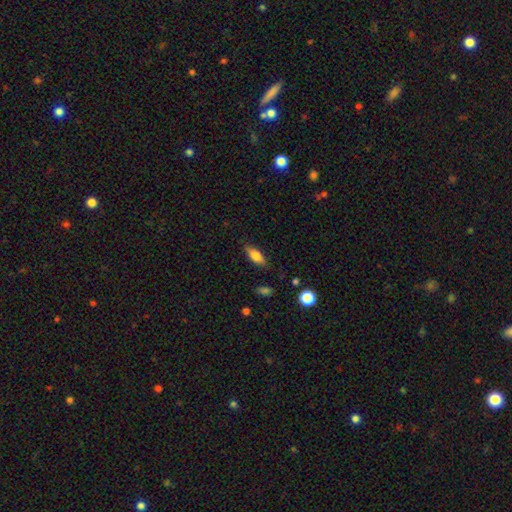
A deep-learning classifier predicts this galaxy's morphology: A smooth galaxy with no disk features (76%) that is in between round and cigar-shaped (76%).

Vote fractions:
- Smooth or featured? smooth: 76% / featured or disk: 17% / star or artifact: 8%
- How rounded? in between: 76% / cigar-shaped: 21% / round: 3%
- Merging? none: 82% / minor disturbance: 14% / major disturbance: 3% / merger: 1%